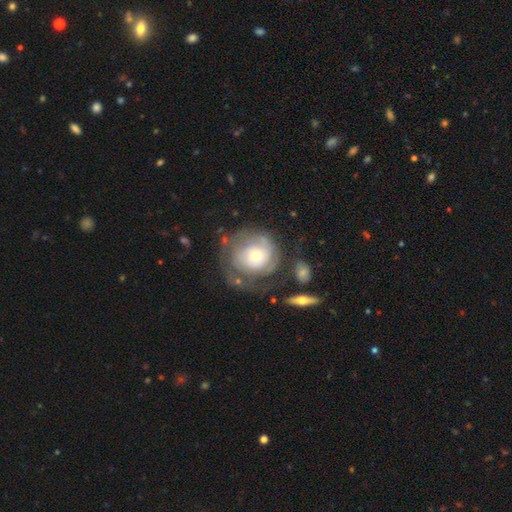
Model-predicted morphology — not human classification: This is likely a featured or disk galaxy (66%). It is clearly not viewed edge-on (97%). Bar: clearly no (82%). Spiral arm pattern: likely yes (75%). Central bulge: possibly moderate (53%). Merging: possibly none (53%).